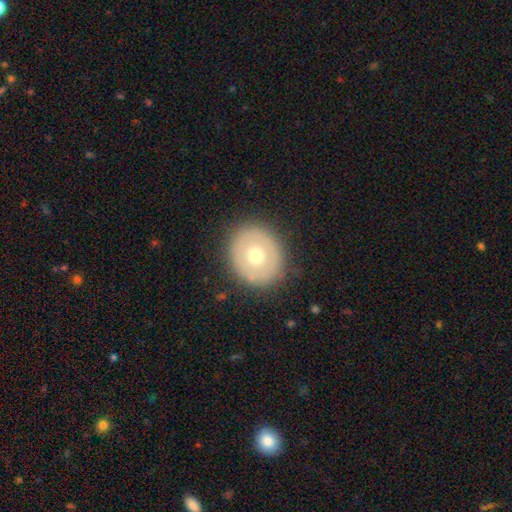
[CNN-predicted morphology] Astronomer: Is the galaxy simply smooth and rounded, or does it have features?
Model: smooth — 53% (runner-up: featured or disk, 39%).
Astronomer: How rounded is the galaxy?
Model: round — 69%.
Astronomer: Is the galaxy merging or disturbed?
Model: none — 86%.